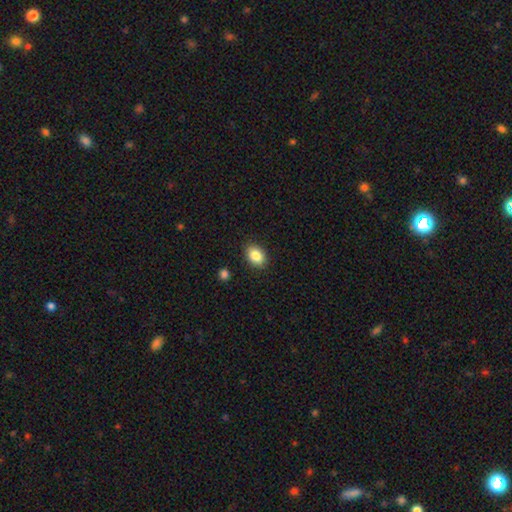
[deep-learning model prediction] Overall: smooth (85%). How rounded: in between (80%). Merging: none (89%).